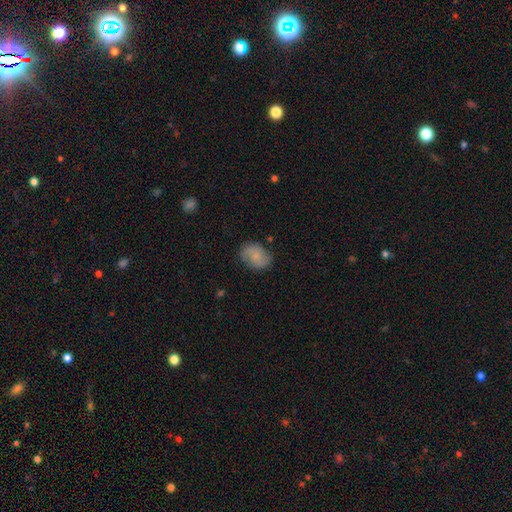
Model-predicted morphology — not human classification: Smooth or featured?
  - smooth: 67% *
  - featured or disk: 25%
  - star or artifact: 8%
How rounded?
  - in between: 70% *
  - round: 29%
  - cigar-shaped: 1%
Merging?
  - none: 74% *
  - minor disturbance: 19%
  - major disturbance: 5%
  - merger: 2%